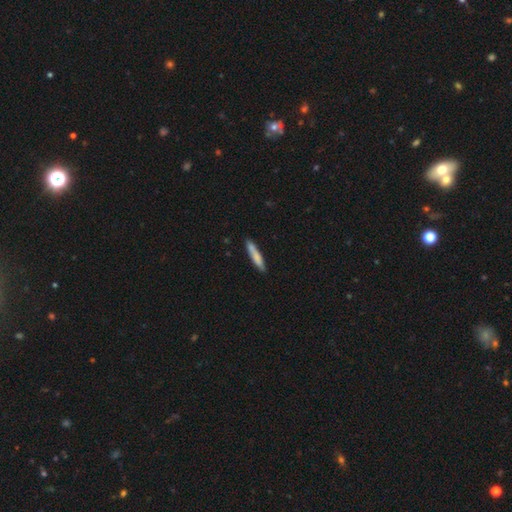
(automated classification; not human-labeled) smooth_or_featured: smooth (p=0.78) [alt: featured or disk p=0.17]
how_rounded: cigar-shaped (p=0.91) [alt: in between p=0.08]
merging: none (p=0.84) [alt: minor disturbance p=0.12]